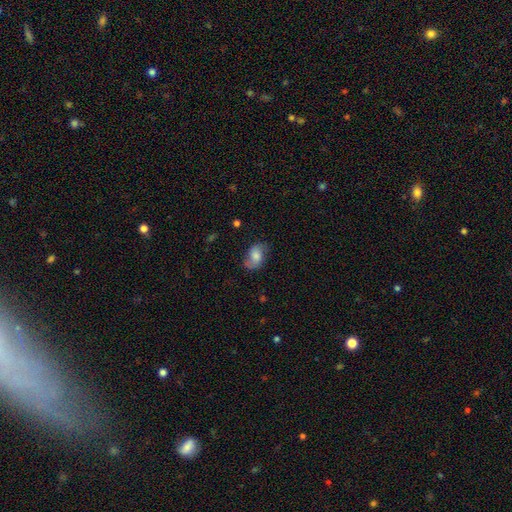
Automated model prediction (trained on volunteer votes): Q: Smooth or featured?
A: smooth (63%); runner-up: featured or disk (29%)
Q: How rounded?
A: in between (85%); runner-up: round (13%)
Q: Merging?
A: none (61%); runner-up: minor disturbance (26%)